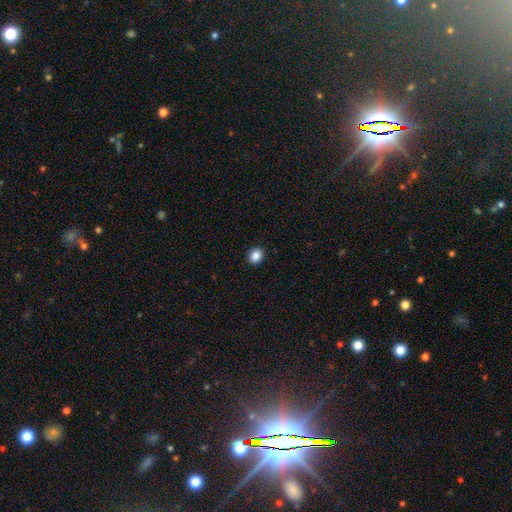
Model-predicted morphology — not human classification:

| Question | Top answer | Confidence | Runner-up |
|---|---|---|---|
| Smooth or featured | smooth | 87% | star or artifact (10%) |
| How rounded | round | 67% | in between (32%) |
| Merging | none | 92% | minor disturbance (5%) |